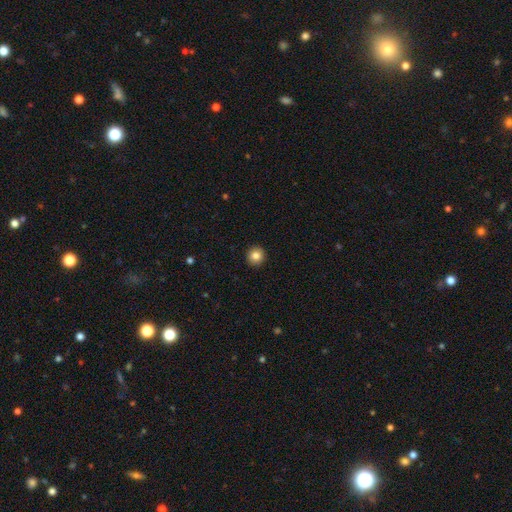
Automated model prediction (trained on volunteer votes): A smooth galaxy with no disk features (84%) that is round (93%). Merging: none (93%).